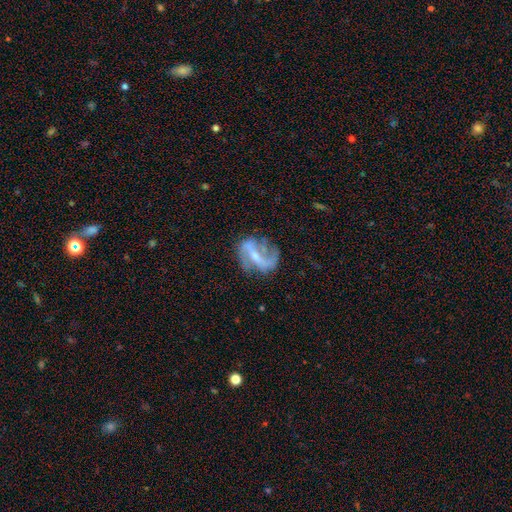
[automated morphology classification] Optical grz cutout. It shows a featured or disk galaxy (77%) with a weak bar (41%, tied with strong), 2 (71%) loose (59%) spiral arms (83%) and a small central bulge (46%). Merging: none (53%).